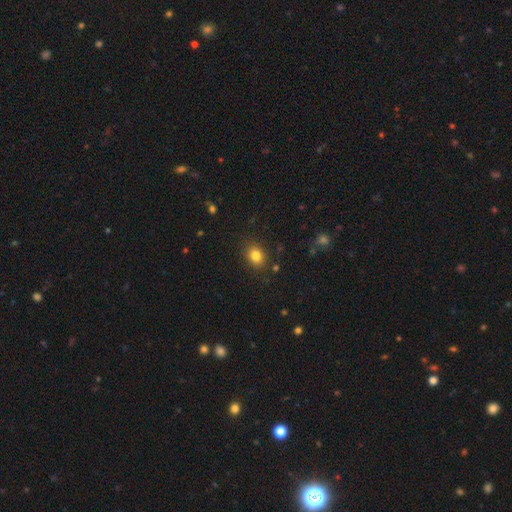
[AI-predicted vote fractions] Smooth or featured? smooth (82%)
How rounded? in between (50%)
Merging? none (86%)